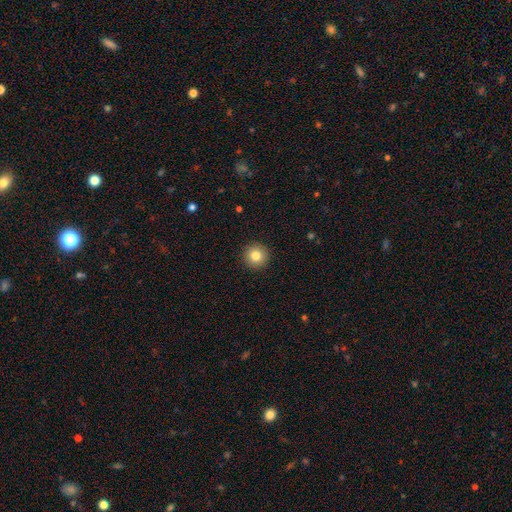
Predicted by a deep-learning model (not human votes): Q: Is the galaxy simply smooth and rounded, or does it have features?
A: smooth — 83%.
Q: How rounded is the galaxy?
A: round — 96%.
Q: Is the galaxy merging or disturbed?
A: none — 93%.